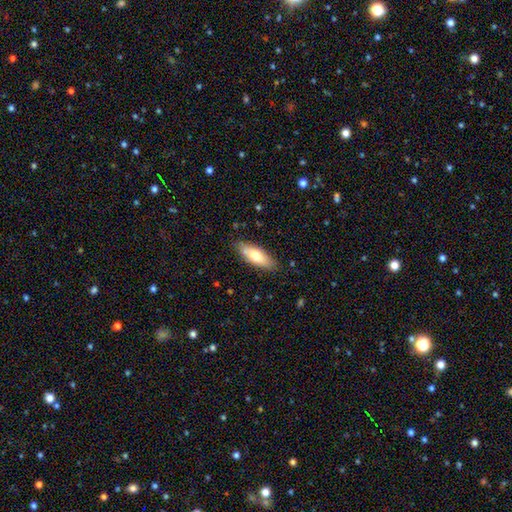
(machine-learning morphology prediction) smooth 70%, featured or disk 24%, star or artifact 6%. Down the decision tree: how rounded — in between (67%); merging — none (82%).